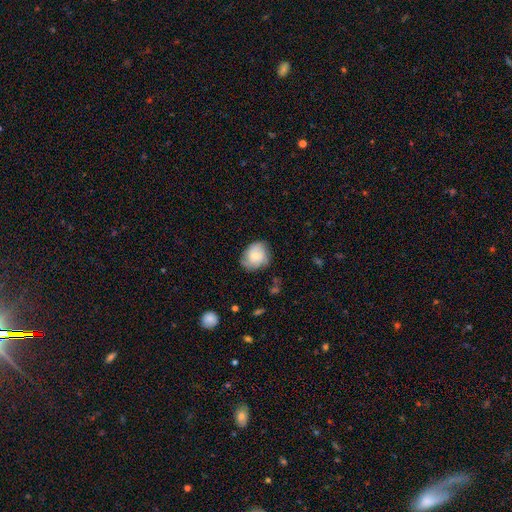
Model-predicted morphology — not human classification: Smooth or featured?
  - smooth: 48% *
  - featured or disk: 45%
  - star or artifact: 8%
Merging?
  - none: 63% *
  - minor disturbance: 28%
  - major disturbance: 7%
  - merger: 1%